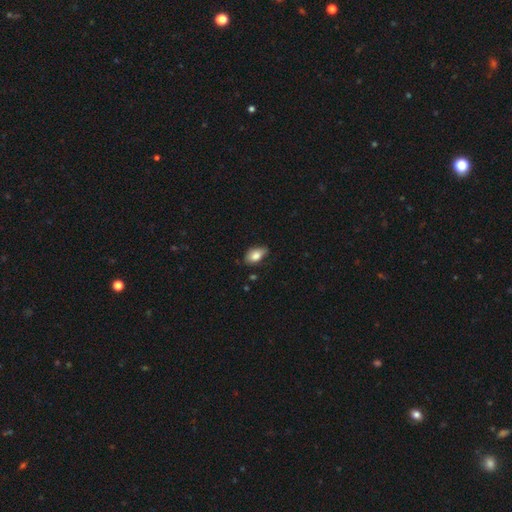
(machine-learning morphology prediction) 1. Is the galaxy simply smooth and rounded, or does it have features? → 82% smooth, 11% featured or disk, 7% star or artifact.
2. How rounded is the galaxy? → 90% in between, 7% round, 3% cigar-shaped.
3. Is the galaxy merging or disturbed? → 65% none, 29% minor disturbance, 5% major disturbance, 2% merger.